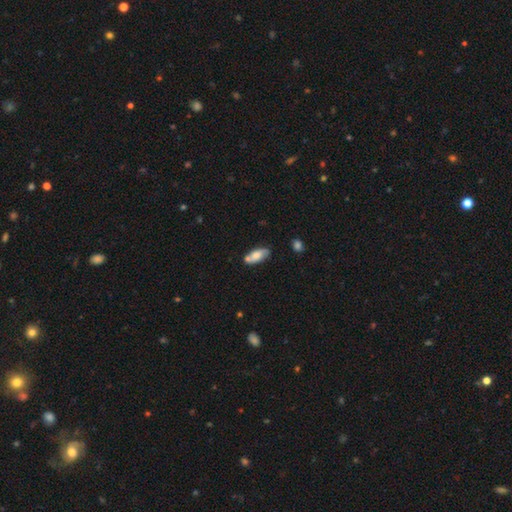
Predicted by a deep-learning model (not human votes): Smooth or featured? Predicted: smooth (p=0.66). How rounded? Predicted: in between (p=0.80). Merging? Predicted: none (p=0.65).